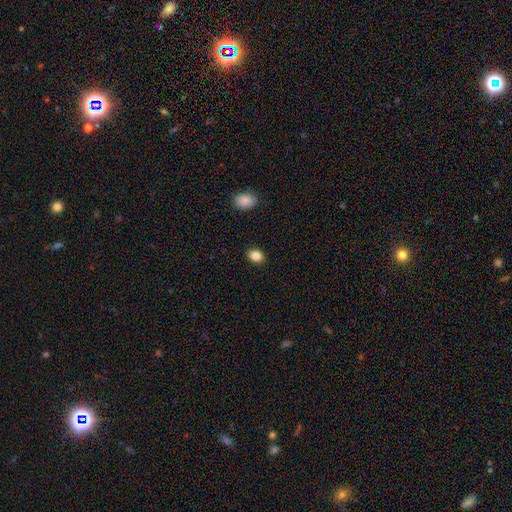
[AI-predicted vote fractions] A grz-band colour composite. It shows a smooth galaxy with no disk features (85%) that is in between round and cigar-shaped (66%). Merging: none (89%).